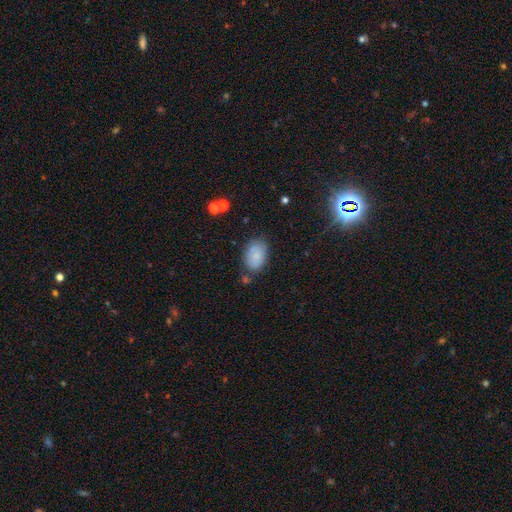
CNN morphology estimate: Smooth or featured?
  - smooth: 81% *
  - featured or disk: 11%
  - star or artifact: 8%
How rounded?
  - in between: 85% *
  - round: 14%
  - cigar-shaped: 1%
Merging?
  - none: 71% *
  - minor disturbance: 19%
  - major disturbance: 5%
  - merger: 5%